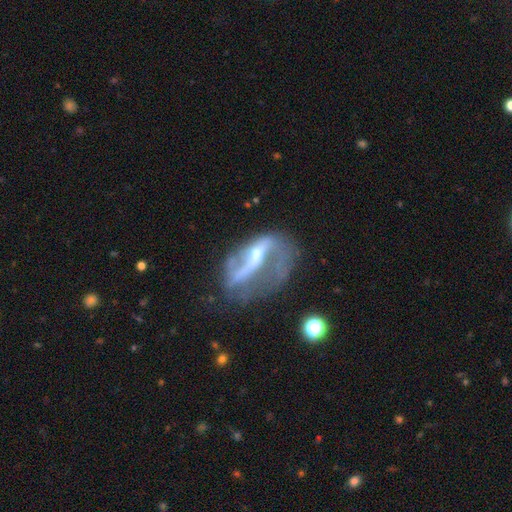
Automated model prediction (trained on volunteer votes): smooth_or_featured: featured or disk (p=0.80) [alt: smooth p=0.12]
disk_edge_on: no (p=0.92) [alt: yes p=0.08]
bar: strong (p=0.42) [alt: weak p=0.35]
has_spiral_arms: yes (p=0.82) [alt: no p=0.18]
spiral_winding: loose (p=0.72) [alt: medium p=0.21]
spiral_arm_count: 2 (p=0.75) [alt: 1 p=0.15]
bulge_size: small (p=0.47) [alt: moderate p=0.41]
merging: none (p=0.37) [alt: major disturbance p=0.35]